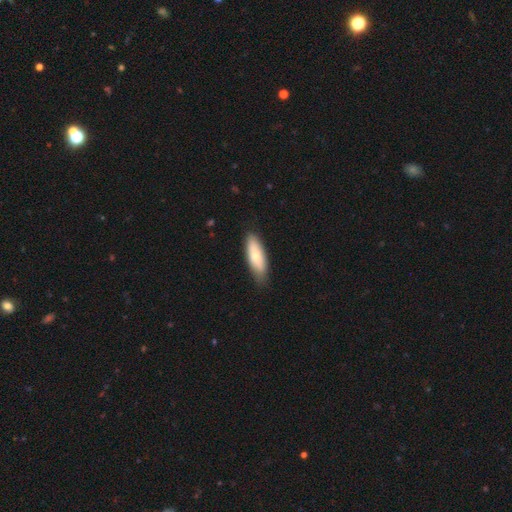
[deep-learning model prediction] smooth-or-featured: smooth: 72% | featured or disk: 23% | star or artifact: 5%
  how-rounded: in between: 62% | cigar-shaped: 36% | round: 2%
  merging: none: 82% | minor disturbance: 15% | major disturbance: 2% | merger: 1%